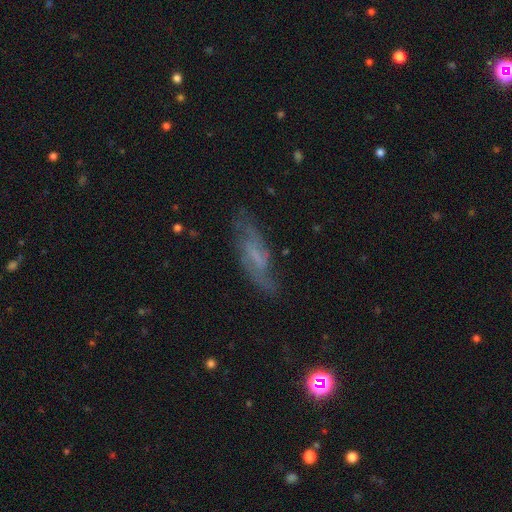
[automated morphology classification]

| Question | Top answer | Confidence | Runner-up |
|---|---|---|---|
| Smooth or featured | featured or disk | 66% | smooth (24%) |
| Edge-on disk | no | 79% | yes (21%) |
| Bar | weak | 47% | no (34%) |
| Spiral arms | yes | 84% | no (16%) |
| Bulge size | none | 42% | small (38%) |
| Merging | none | 69% | minor disturbance (20%) |